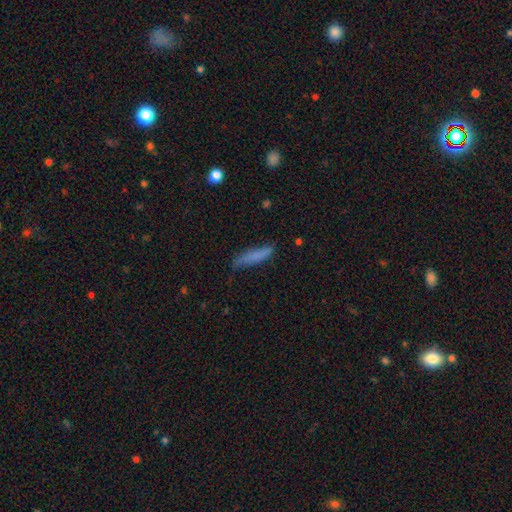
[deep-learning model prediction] smooth 74%, featured or disk 18%, star or artifact 8%. Down the decision tree: how rounded — cigar-shaped (81%); merging — none (61%).